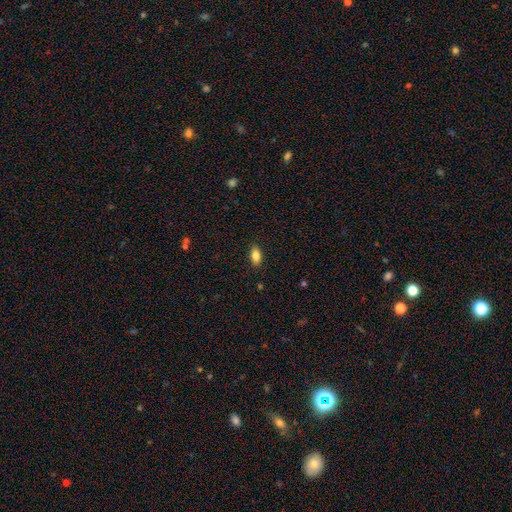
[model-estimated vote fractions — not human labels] This is clearly a smooth galaxy (83%). How rounded: clearly in between (87%). Merging: clearly none (88%).